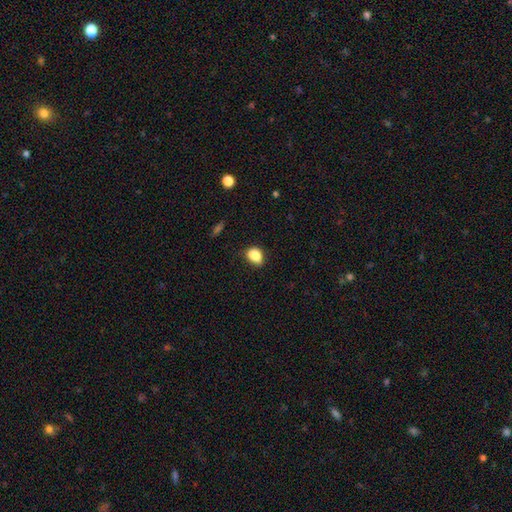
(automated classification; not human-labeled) smooth 87%, star or artifact 9%, featured or disk 4%. Down the decision tree: how rounded — in between (72%); merging — none (72%).